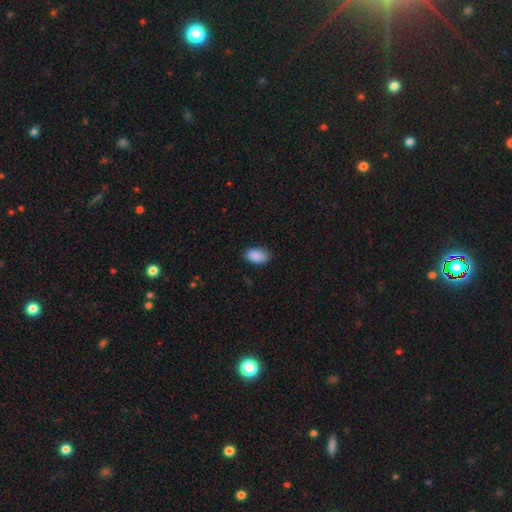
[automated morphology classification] type=smooth (90%); roundness=in between (92%); merging=none (82%).